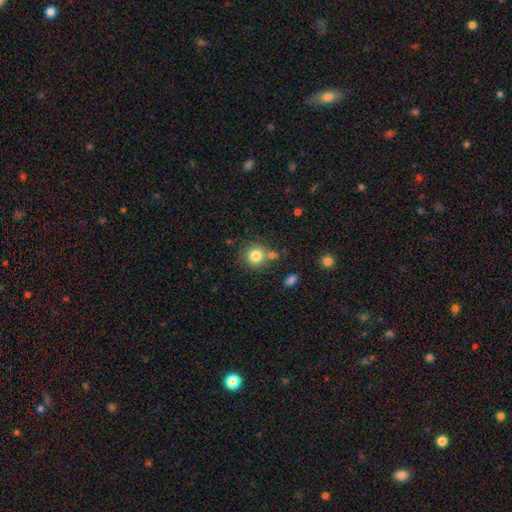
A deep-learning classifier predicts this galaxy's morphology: smooth-or-featured: smooth: 82% | star or artifact: 11% | featured or disk: 8%
  how-rounded: round: 90% | in between: 10% | cigar-shaped: 1%
  merging: none: 66% | merger: 18% | minor disturbance: 12% | major disturbance: 4%